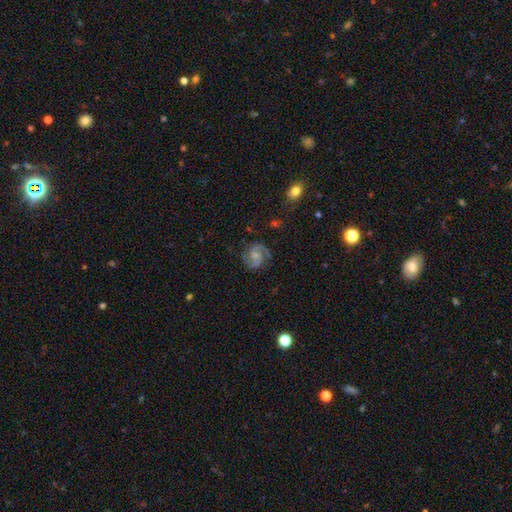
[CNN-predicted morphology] The model was most divided on "bulge size": small: 34%, moderate: 33%, none: 27%, large: 6%, dominant: 1%. Remaining: edge-on disk — no (98%); spiral arms — yes (97%); spiral arm count — 2 (91%); smooth or featured — featured or disk (83%); merging — none (78%); spiral winding — medium (56%); bar — no (48%).